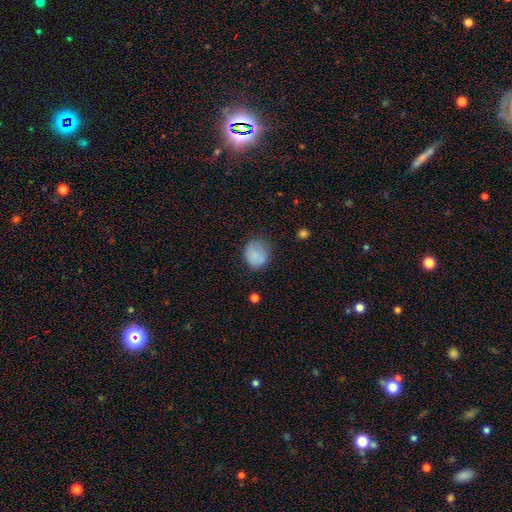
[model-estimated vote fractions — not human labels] Smooth or featured?
  - smooth: 83% *
  - star or artifact: 9%
  - featured or disk: 8%
How rounded?
  - round: 76% *
  - in between: 23%
  - cigar-shaped: 1%
Merging?
  - none: 67% *
  - minor disturbance: 24%
  - major disturbance: 8%
  - merger: 2%